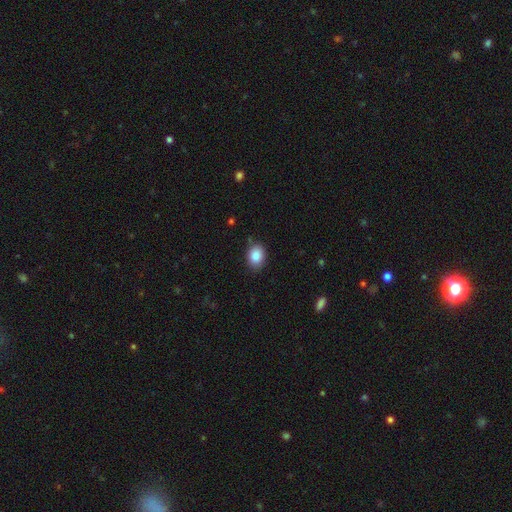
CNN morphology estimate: Smooth or featured? Predicted: smooth (p=0.87). How rounded? Predicted: in between (p=0.65). Merging? Predicted: none (p=0.83).